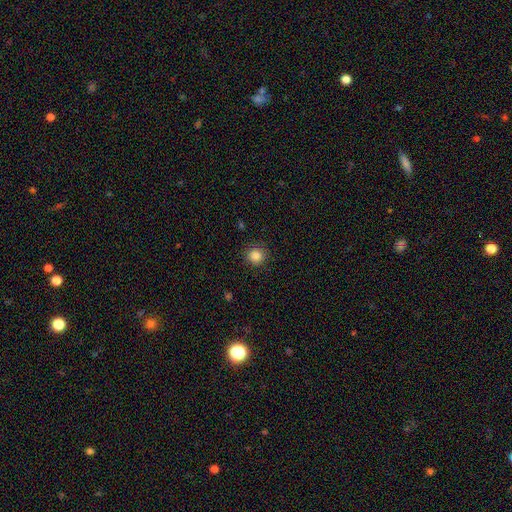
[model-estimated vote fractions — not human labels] The model was most divided on "smooth or featured": smooth: 85%, star or artifact: 11%, featured or disk: 4%. More confident: how rounded — round (93%); merging — none (90%).